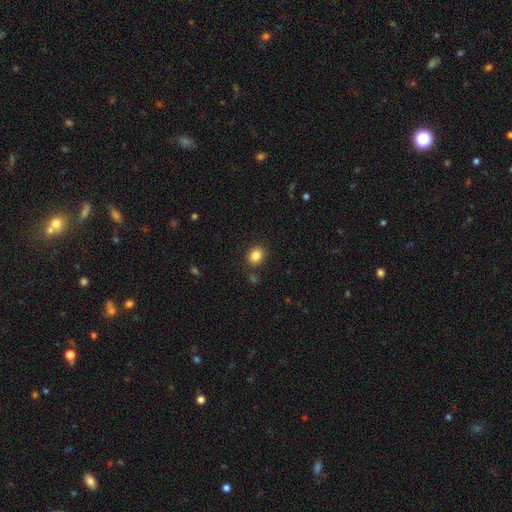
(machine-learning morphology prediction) This is clearly a smooth galaxy (85%). How rounded: likely round (65%). Merging: clearly none (85%).